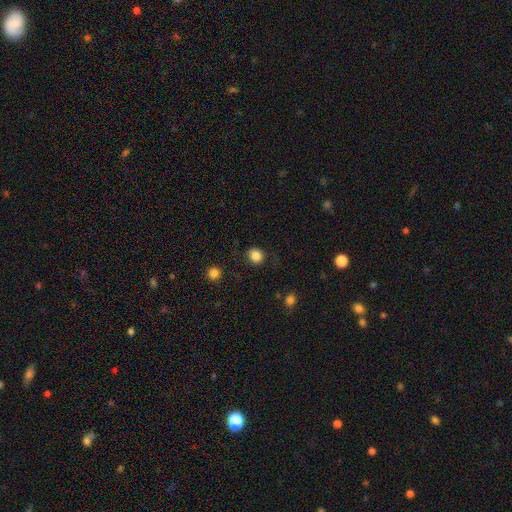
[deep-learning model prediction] A smooth galaxy with no disk features (85%) that is round (77%).

Vote fractions:
- Smooth or featured? smooth: 85% / star or artifact: 11% / featured or disk: 5%
- How rounded? round: 77% / in between: 22% / cigar-shaped: 1%
- Merging? none: 82% / minor disturbance: 12% / major disturbance: 5% / merger: 2%